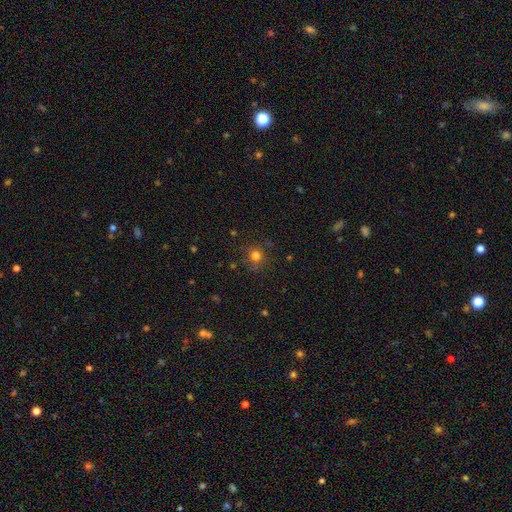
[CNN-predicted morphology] smooth 77%, star or artifact 17%, featured or disk 6%. Down the decision tree: how rounded — round (92%); merging — none (84%).